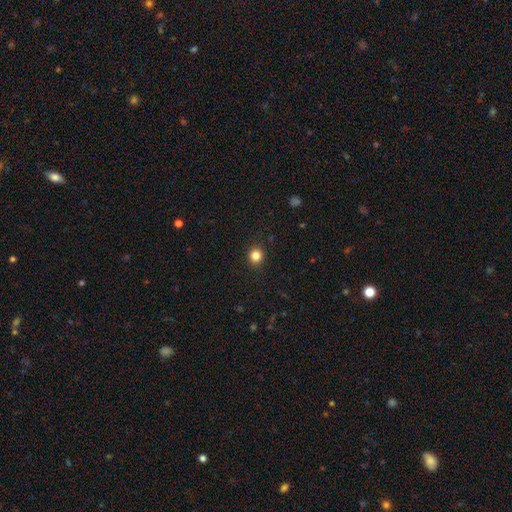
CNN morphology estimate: type=smooth (83%); roundness=round (89%); merging=none (91%).